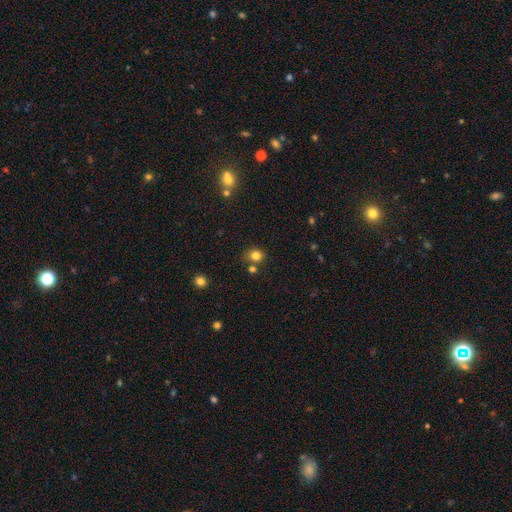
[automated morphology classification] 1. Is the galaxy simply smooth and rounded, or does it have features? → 80% smooth, 13% star or artifact, 6% featured or disk.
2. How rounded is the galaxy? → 70% round, 30% in between, 1% cigar-shaped.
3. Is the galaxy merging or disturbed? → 69% none, 13% minor disturbance, 13% merger, 4% major disturbance.